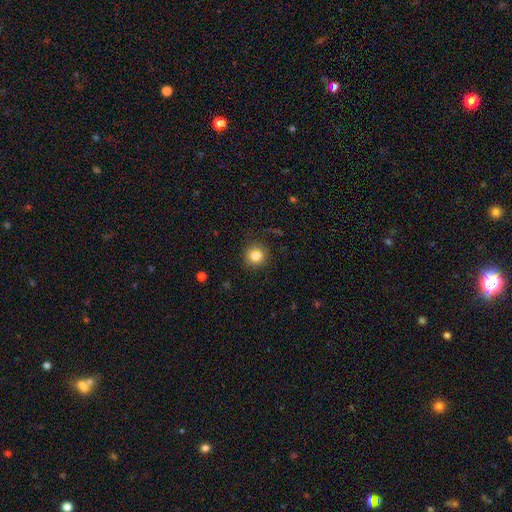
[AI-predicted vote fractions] Smooth or featured? Predicted: smooth (p=0.83). How rounded? Predicted: round (p=0.91). Merging? Predicted: none (p=0.88).